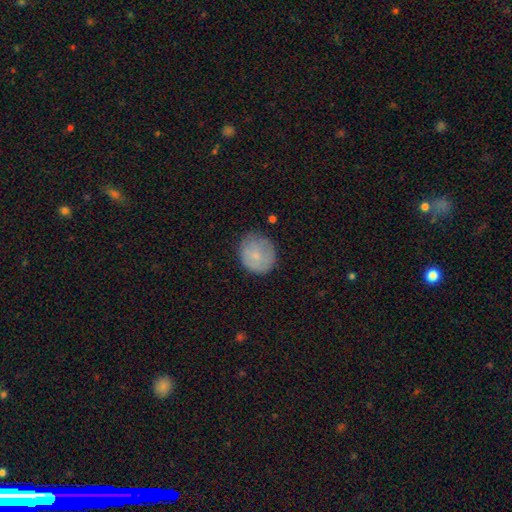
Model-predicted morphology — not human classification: smooth_or_featured: smooth (p=0.76) [alt: featured or disk p=0.17]
how_rounded: round (p=0.83) [alt: in between p=0.16]
merging: none (p=0.72) [alt: minor disturbance p=0.21]